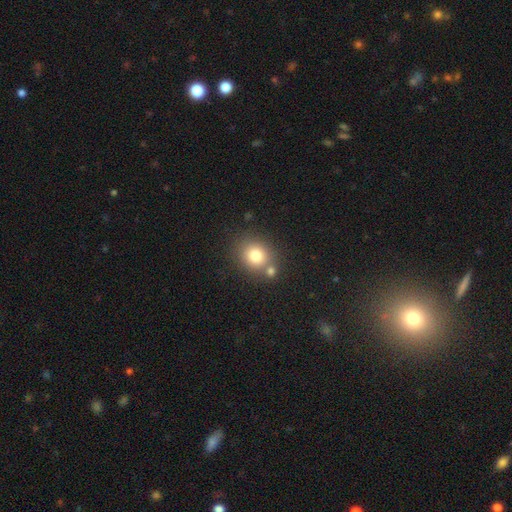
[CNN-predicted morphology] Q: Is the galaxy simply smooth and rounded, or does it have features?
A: smooth — 78%.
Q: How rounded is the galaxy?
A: round — 77%.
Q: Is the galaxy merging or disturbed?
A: none — 66%.